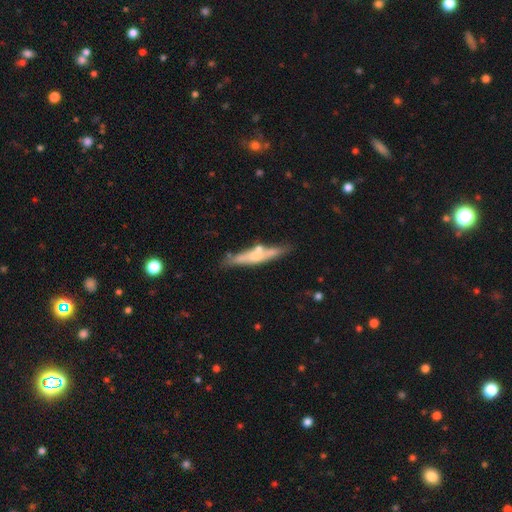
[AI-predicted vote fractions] This appears to be a featured or disk galaxy (54%) viewed edge-on (86%). Merging: none (70%).